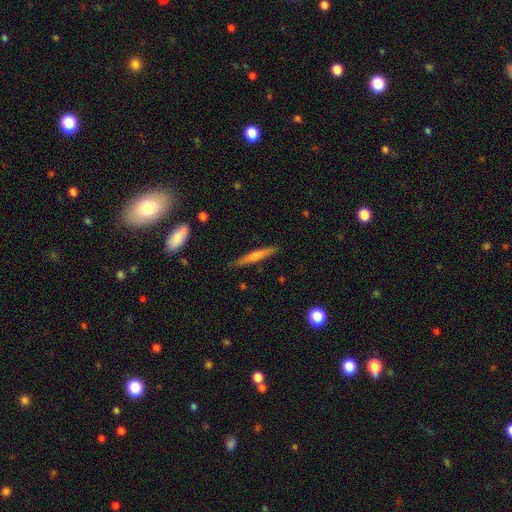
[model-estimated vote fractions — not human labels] The model was most divided on "smooth or featured": smooth: 50%, featured or disk: 43%, star or artifact: 6%. More confident: how rounded — cigar-shaped (94%); merging — none (87%).